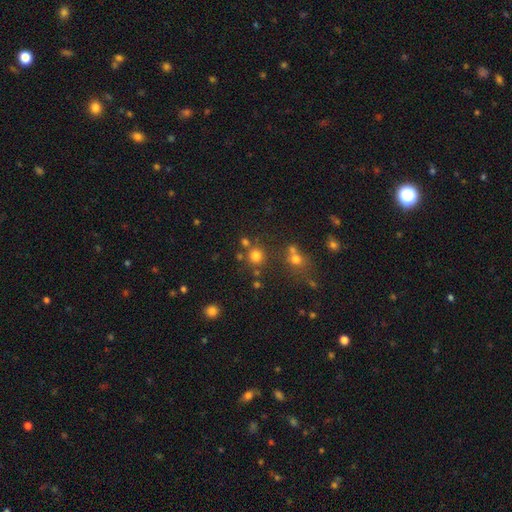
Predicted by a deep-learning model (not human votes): smooth_or_featured: smooth (p=0.75) [alt: star or artifact p=0.18]
how_rounded: round (p=0.90) [alt: in between p=0.09]
merging: none (p=0.71) [alt: merger p=0.15]